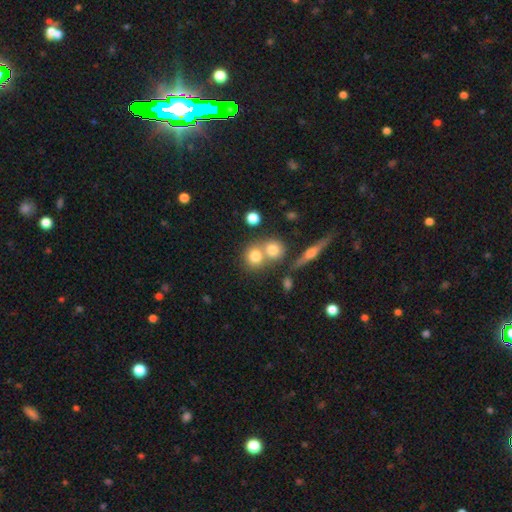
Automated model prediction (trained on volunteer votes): Q: Smooth or featured?
A: smooth (75%); runner-up: featured or disk (14%)
Q: How rounded?
A: round (81%); runner-up: in between (17%)
Q: Merging?
A: merger (47%); runner-up: none (43%)